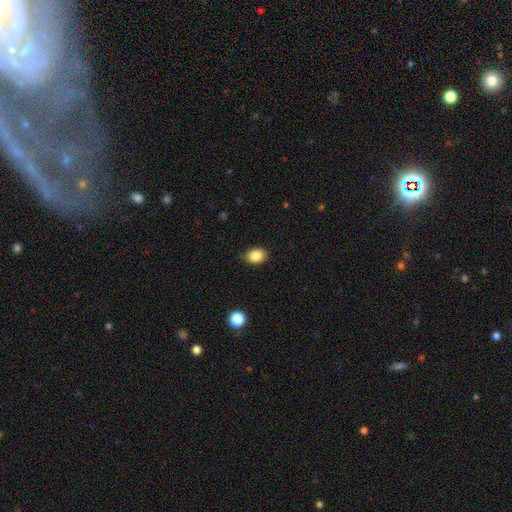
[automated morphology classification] smooth-or-featured: smooth: 87% | star or artifact: 9% | featured or disk: 4%
  how-rounded: in between: 70% | round: 29% | cigar-shaped: 1%
  merging: none: 85% | minor disturbance: 12% | major disturbance: 2% | merger: 1%